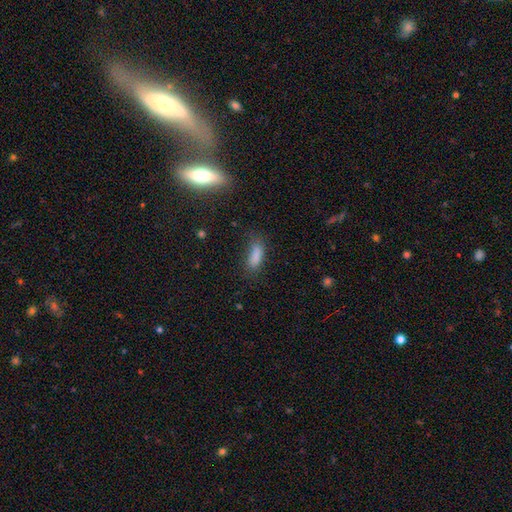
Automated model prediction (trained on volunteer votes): smooth-or-featured: smooth: 82% | star or artifact: 11% | featured or disk: 7%
  how-rounded: in between: 67% | cigar-shaped: 31% | round: 3%
  merging: none: 56% | minor disturbance: 28% | major disturbance: 13% | merger: 3%